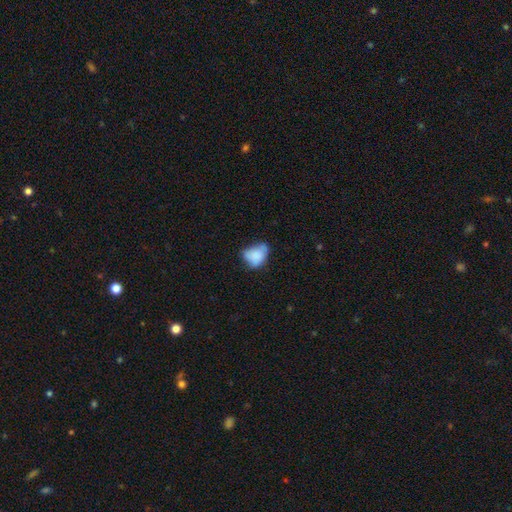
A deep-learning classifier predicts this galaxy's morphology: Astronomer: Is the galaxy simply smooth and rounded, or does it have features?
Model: smooth — 75%.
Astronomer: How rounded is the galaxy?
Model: in between — 69%.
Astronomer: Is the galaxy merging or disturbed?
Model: minor disturbance — 40% (runner-up: none, 36%).